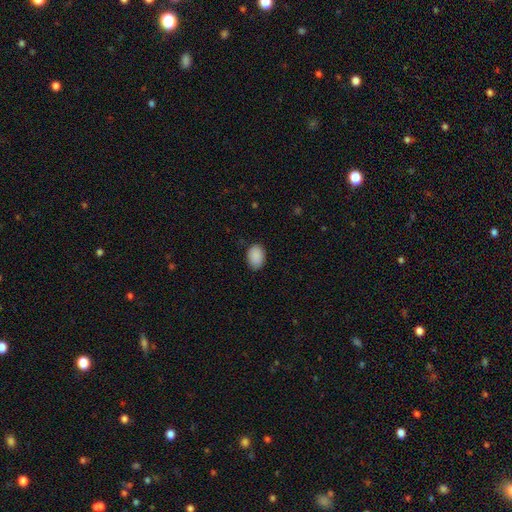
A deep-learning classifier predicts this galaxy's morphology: Smooth or featured: smooth — 90% (star or artifact — 7%)
How rounded: in between — 82% (round — 17%)
Merging: none — 84% (minor disturbance — 12%)